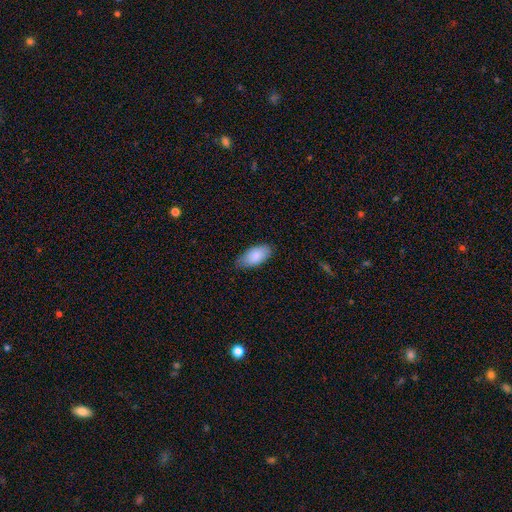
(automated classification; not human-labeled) Smooth or featured?
  - smooth: 86% *
  - featured or disk: 9%
  - star or artifact: 5%
How rounded?
  - in between: 94% *
  - cigar-shaped: 4%
  - round: 2%
Merging?
  - none: 75% *
  - minor disturbance: 21%
  - major disturbance: 3%
  - merger: 1%